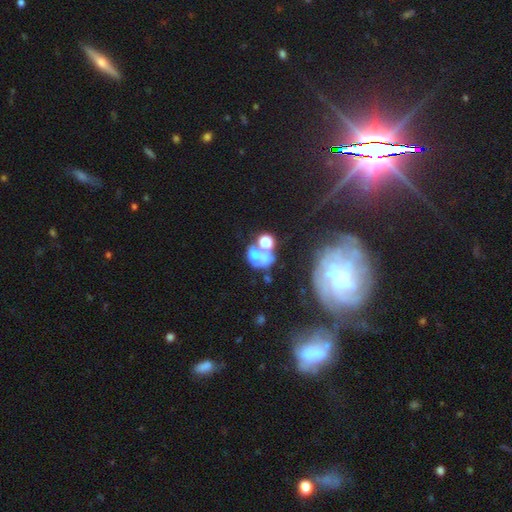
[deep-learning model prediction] smooth 46%, featured or disk 30%, star or artifact 24%. Down the decision tree: merging — merger (55%).